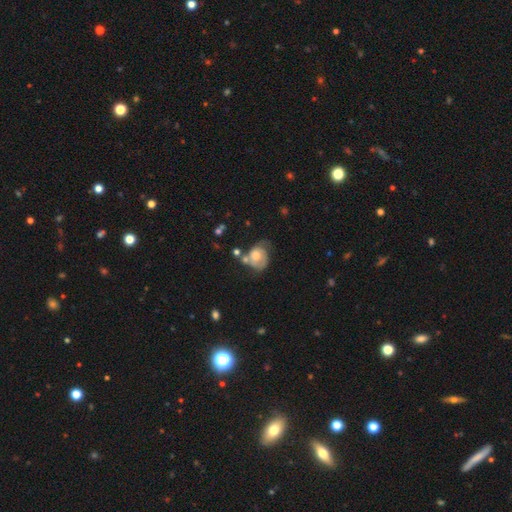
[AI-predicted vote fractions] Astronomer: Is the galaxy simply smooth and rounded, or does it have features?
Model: featured or disk — 52% (runner-up: smooth, 40%).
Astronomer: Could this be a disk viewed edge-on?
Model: no — 97%.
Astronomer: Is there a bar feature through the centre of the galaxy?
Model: no — 81%.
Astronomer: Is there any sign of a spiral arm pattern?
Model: yes — 67%.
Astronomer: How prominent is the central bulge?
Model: moderate — 67%.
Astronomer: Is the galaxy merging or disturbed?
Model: none — 32% (runner-up: minor disturbance, 28%).